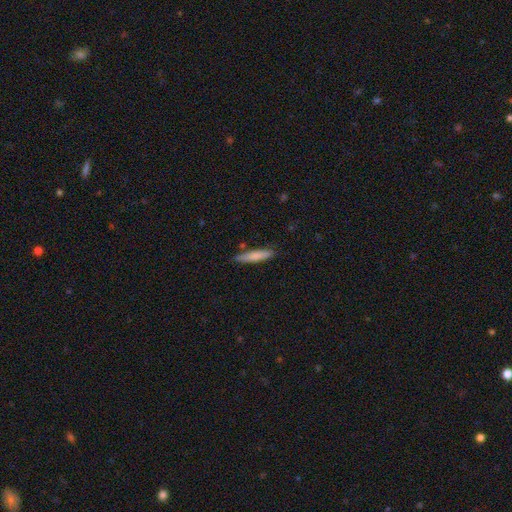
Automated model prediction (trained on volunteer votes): The model was most divided on "smooth or featured": smooth: 76%, featured or disk: 18%, star or artifact: 6%. More confident: how rounded — cigar-shaped (87%); merging — none (82%).